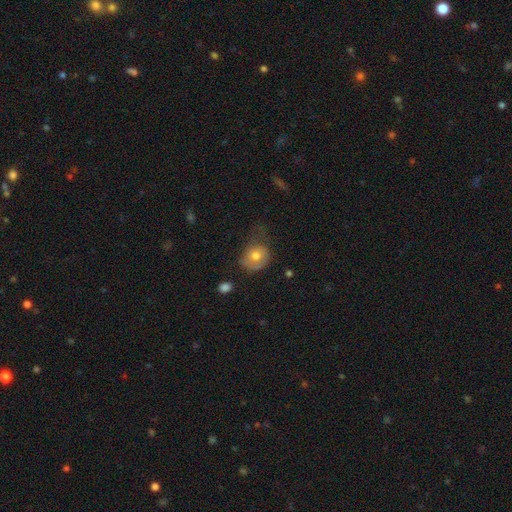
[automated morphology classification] Smooth or featured: smooth — 64% (featured or disk — 28%)
How rounded: round — 64% (in between — 35%)
Merging: none — 35% (minor disturbance — 32%)